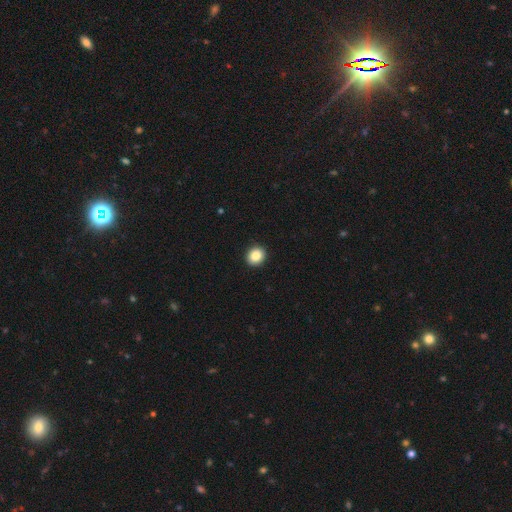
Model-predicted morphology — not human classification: The model was most divided on "how rounded": round: 77%, in between: 22%, cigar-shaped: 1%. More confident: merging — none (92%); smooth or featured — smooth (87%).